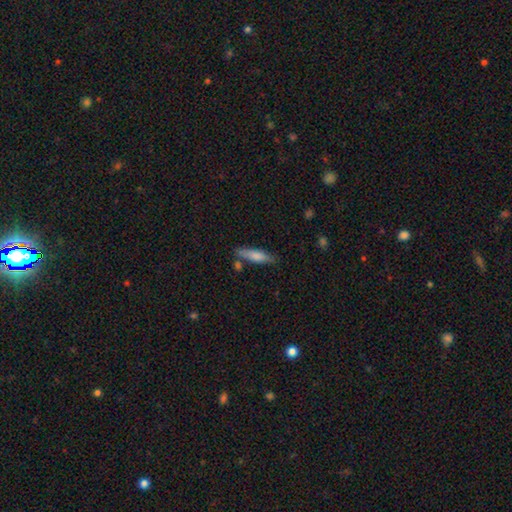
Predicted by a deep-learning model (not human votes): Overall: smooth (70%). How rounded: cigar-shaped (73%). Merging: none (74%).